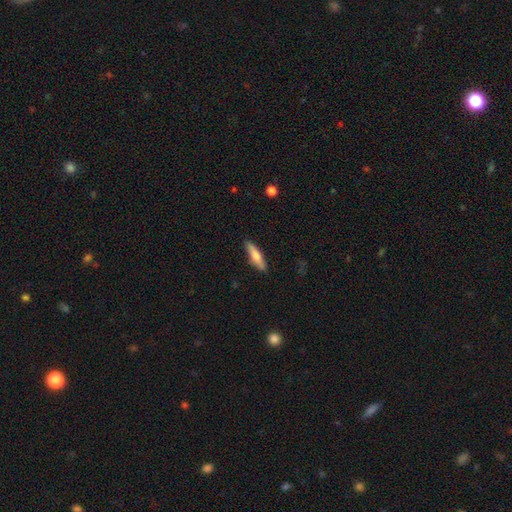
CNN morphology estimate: Smooth or featured? smooth (70%)
How rounded? cigar-shaped (74%)
Merging? none (86%)